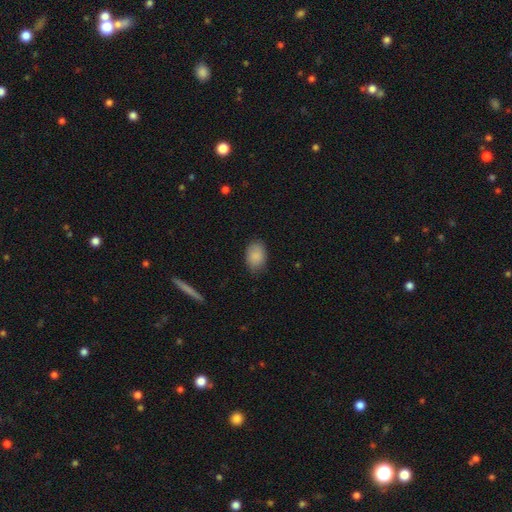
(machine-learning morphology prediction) Q: Smooth or featured?
A: smooth (88%); runner-up: star or artifact (7%)
Q: How rounded?
A: in between (83%); runner-up: round (16%)
Q: Merging?
A: none (79%); runner-up: minor disturbance (16%)